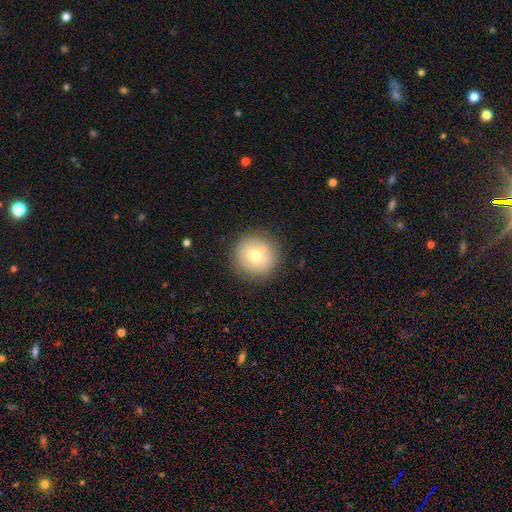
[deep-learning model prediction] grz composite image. It shows a smooth galaxy with no disk features (70%) that is round (95%). Merging: none (81%).